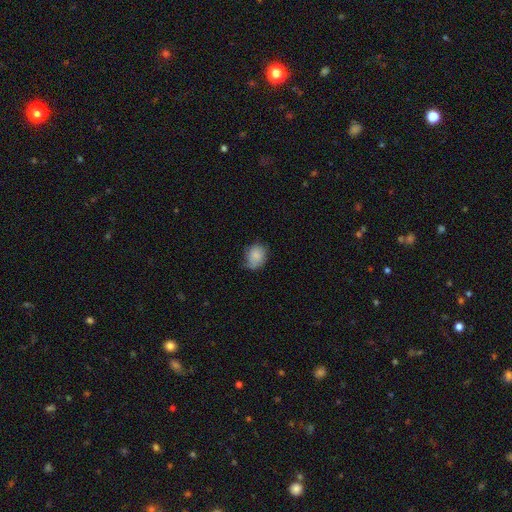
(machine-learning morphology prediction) smooth-or-featured: smooth: 79% | featured or disk: 12% | star or artifact: 8%
  how-rounded: in between: 52% | round: 47% | cigar-shaped: 1%
  merging: none: 52% | minor disturbance: 36% | major disturbance: 11% | merger: 2%